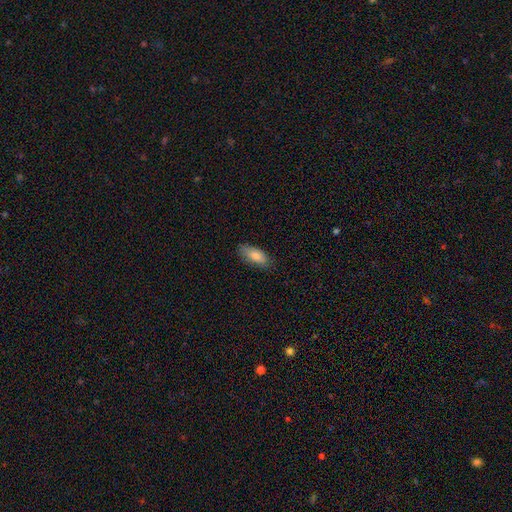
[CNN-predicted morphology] Smooth or featured?
  - smooth: 84% *
  - featured or disk: 10%
  - star or artifact: 6%
How rounded?
  - in between: 81% *
  - cigar-shaped: 17%
  - round: 2%
Merging?
  - none: 82% *
  - minor disturbance: 14%
  - major disturbance: 3%
  - merger: 1%